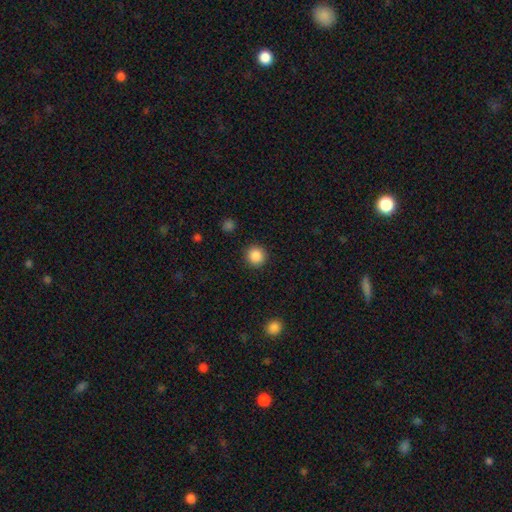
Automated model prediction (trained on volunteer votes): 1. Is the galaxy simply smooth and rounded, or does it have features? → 88% smooth, 9% star or artifact, 3% featured or disk.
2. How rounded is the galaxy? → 93% round, 6% in between, 1% cigar-shaped.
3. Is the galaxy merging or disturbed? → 91% none, 5% minor disturbance, 2% major disturbance, 1% merger.